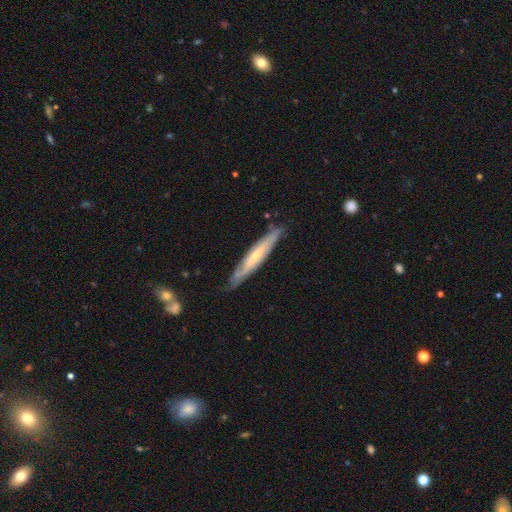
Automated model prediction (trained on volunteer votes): This is likely a featured or disk galaxy (63%). It is likely viewed edge-on (70%). Merging: likely none (78%).